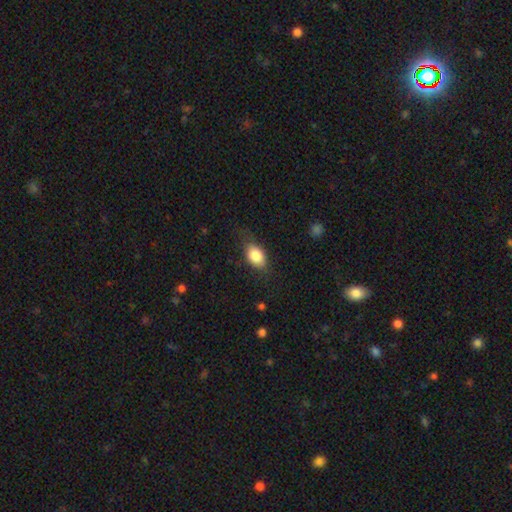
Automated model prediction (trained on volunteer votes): A smooth galaxy with no disk features (83%) that is in between round and cigar-shaped (84%).

Vote fractions:
- Smooth or featured? smooth: 83% / featured or disk: 10% / star or artifact: 7%
- How rounded? in between: 84% / round: 13% / cigar-shaped: 2%
- Merging? none: 72% / minor disturbance: 20% / major disturbance: 7% / merger: 1%